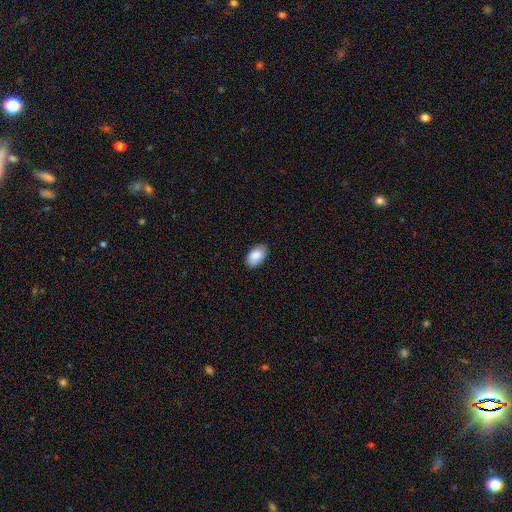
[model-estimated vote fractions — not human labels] smooth_or_featured: smooth (p=0.86) [alt: featured or disk p=0.08]
how_rounded: in between (p=0.94) [alt: round p=0.05]
merging: none (p=0.86) [alt: minor disturbance p=0.11]